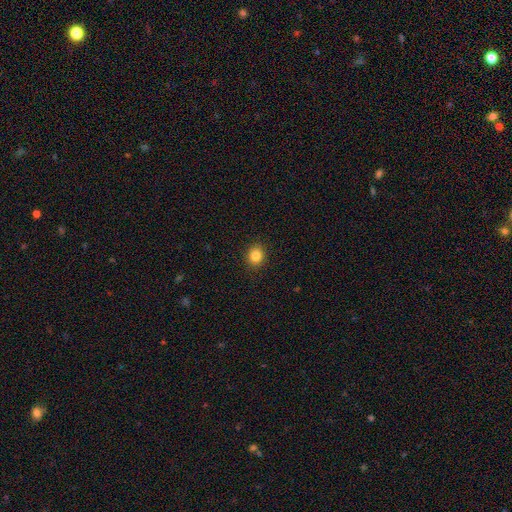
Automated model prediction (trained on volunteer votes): smooth 84%, star or artifact 11%, featured or disk 5%. Down the decision tree: how rounded — round (74%); merging — none (90%).